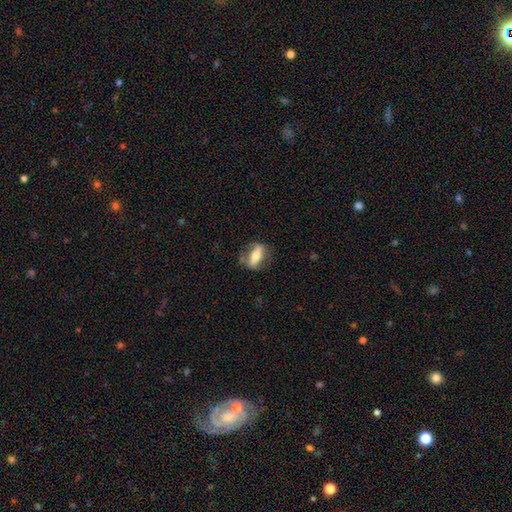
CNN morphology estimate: type=featured or disk (48%); merging=none (67%).